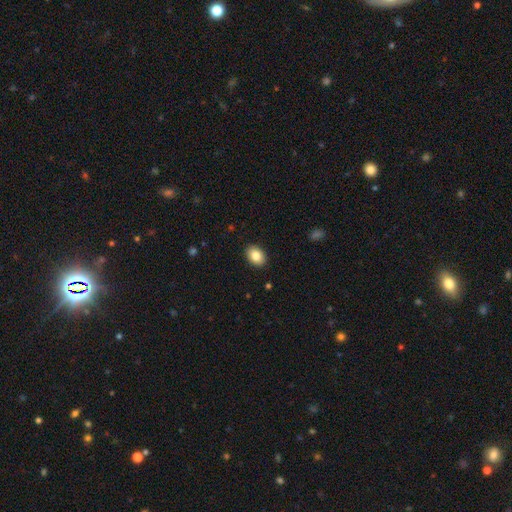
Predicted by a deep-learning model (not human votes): Morphology: type=smooth (85%); roundness=in between (79%); merging=none (90%).